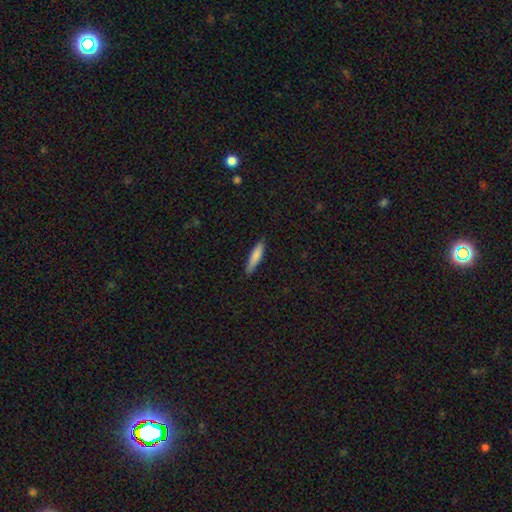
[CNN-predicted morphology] Smooth or featured: smooth — 81% (featured or disk — 14%)
How rounded: cigar-shaped — 82% (in between — 17%)
Merging: none — 85% (minor disturbance — 12%)